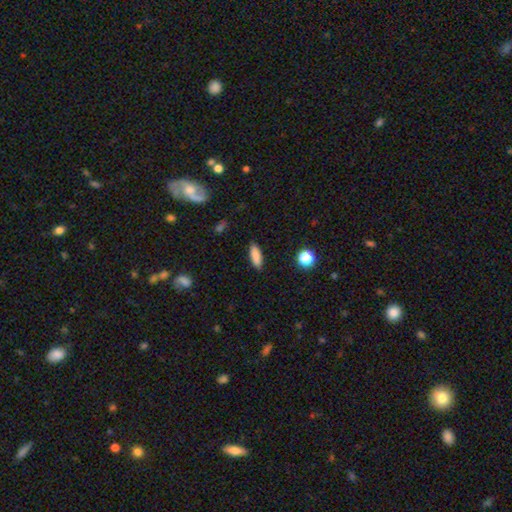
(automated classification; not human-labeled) smooth-or-featured: smooth: 86% | star or artifact: 8% | featured or disk: 6%
  how-rounded: in between: 59% | cigar-shaped: 39% | round: 2%
  merging: none: 89% | minor disturbance: 8% | major disturbance: 2% | merger: 1%